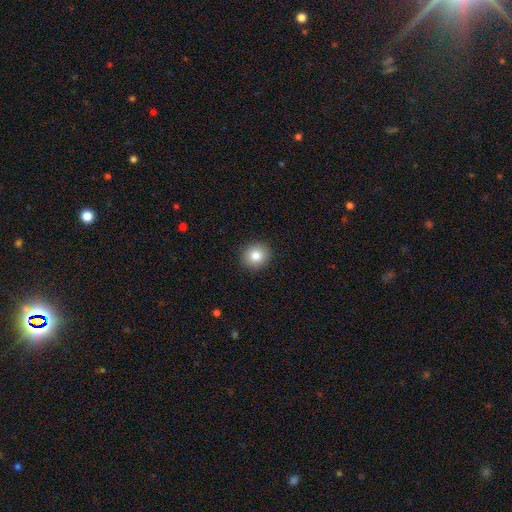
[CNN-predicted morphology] A smooth galaxy with no disk features (83%) that is round (89%).

Vote fractions:
- Smooth or featured? smooth: 83% / star or artifact: 9% / featured or disk: 7%
- How rounded? round: 89% / in between: 10% / cigar-shaped: 1%
- Merging? none: 92% / minor disturbance: 5% / major disturbance: 2% / merger: 1%